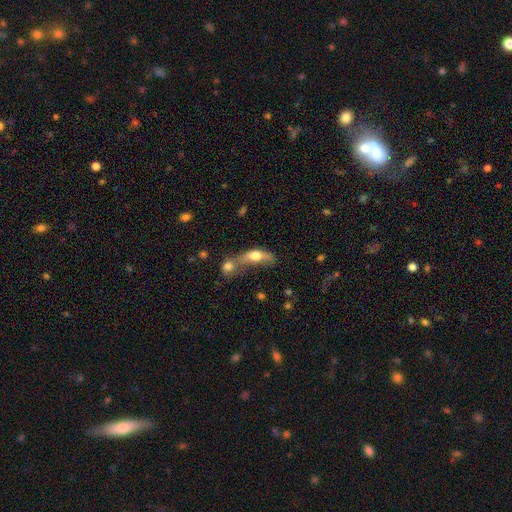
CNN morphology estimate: type=smooth (66%); roundness=in between (65%); merging=merger (60%).